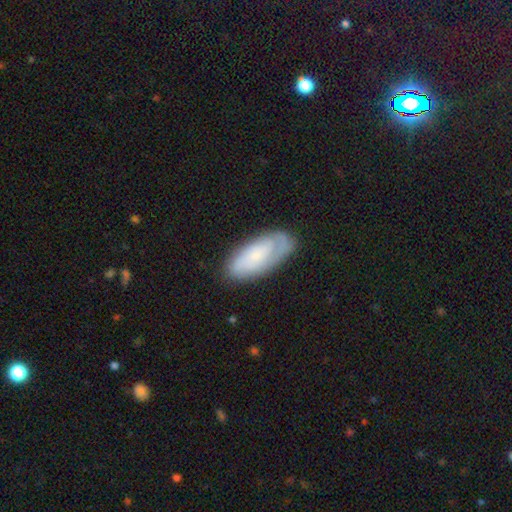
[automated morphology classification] smooth-or-featured: smooth: 51% | featured or disk: 42% | star or artifact: 7%
  how-rounded: in between: 84% | cigar-shaped: 13% | round: 2%
  merging: none: 71% | minor disturbance: 21% | major disturbance: 6% | merger: 2%